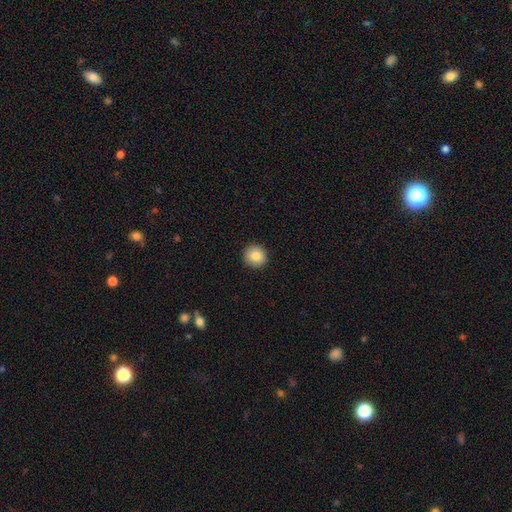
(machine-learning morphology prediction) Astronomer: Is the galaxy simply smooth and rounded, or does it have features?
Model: smooth — 84%.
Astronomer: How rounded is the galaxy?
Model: round — 93%.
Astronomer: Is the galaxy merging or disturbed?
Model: none — 92%.